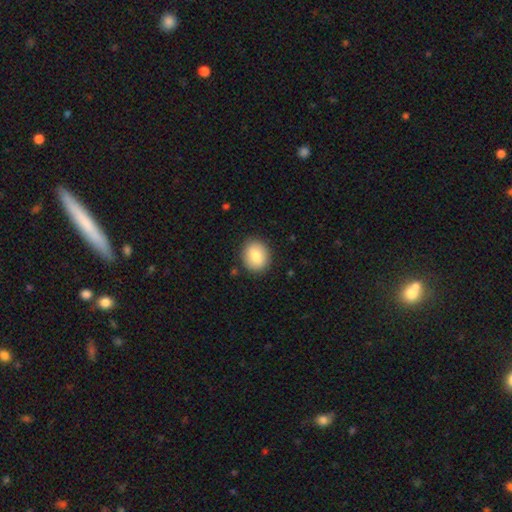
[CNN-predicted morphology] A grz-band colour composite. It shows a smooth galaxy with no disk features (81%) that is round (60%). Merging: none (87%).